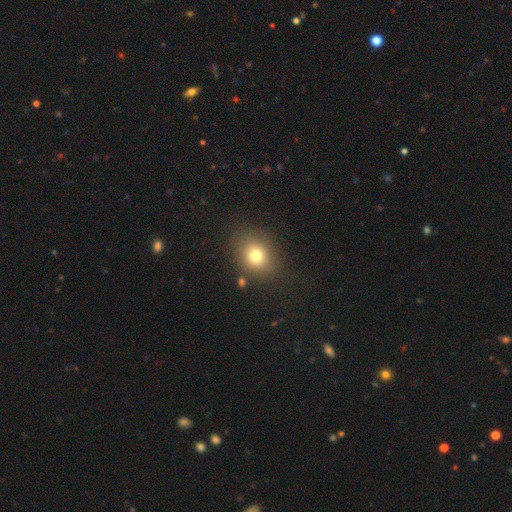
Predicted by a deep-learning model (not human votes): Smooth or featured? Predicted: smooth (p=0.76). How rounded? Predicted: round (p=0.64). Merging? Predicted: none (p=0.81).